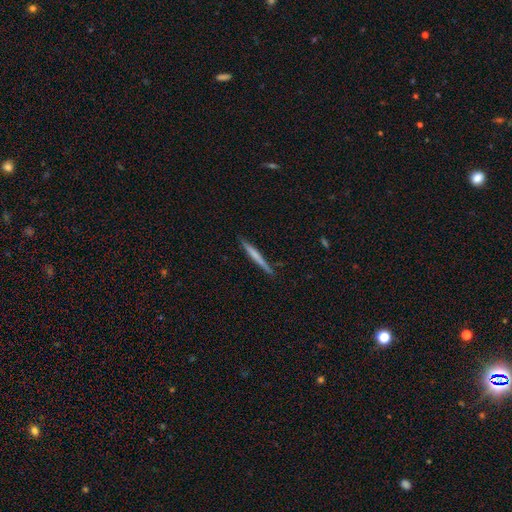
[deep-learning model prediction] smooth-or-featured: smooth: 53% | featured or disk: 41% | star or artifact: 6%
  how-rounded: cigar-shaped: 96% | in between: 2% | round: 1%
  merging: none: 88% | minor disturbance: 9% | major disturbance: 2% | merger: 1%